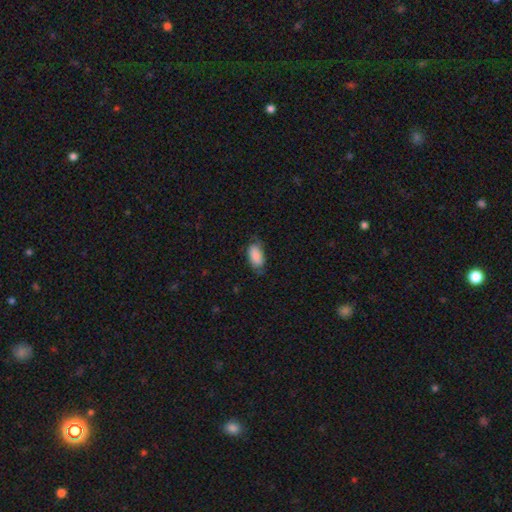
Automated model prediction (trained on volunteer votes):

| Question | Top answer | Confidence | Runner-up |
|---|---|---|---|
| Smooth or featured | smooth | 83% | featured or disk (11%) |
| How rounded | in between | 92% | round (4%) |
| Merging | none | 62% | minor disturbance (29%) |